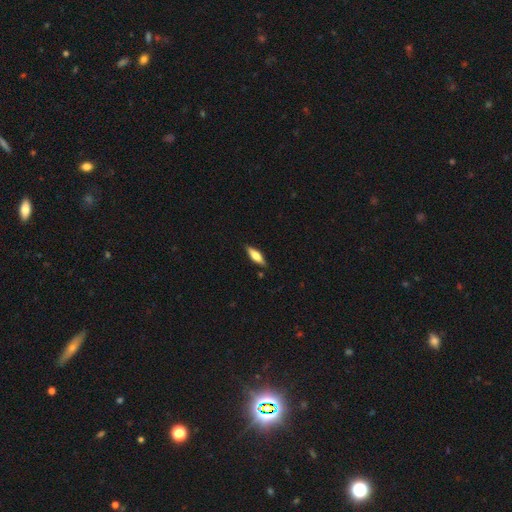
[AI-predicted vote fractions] Smooth or featured: smooth — 59% (featured or disk — 35%)
How rounded: in between — 49% (cigar-shaped — 48%)
Merging: none — 86% (minor disturbance — 11%)